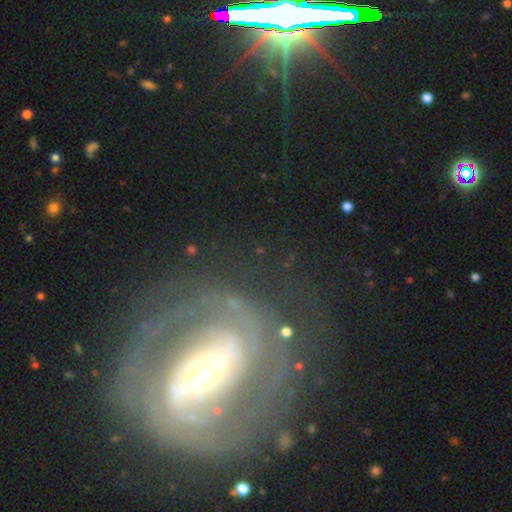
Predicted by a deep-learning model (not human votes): This appears to be a featured or disk galaxy (83%) with a strong bar (60%), 2 (61%) tight (54%) spiral arms (90%) and a small central bulge (48%). Merging: none (73%).